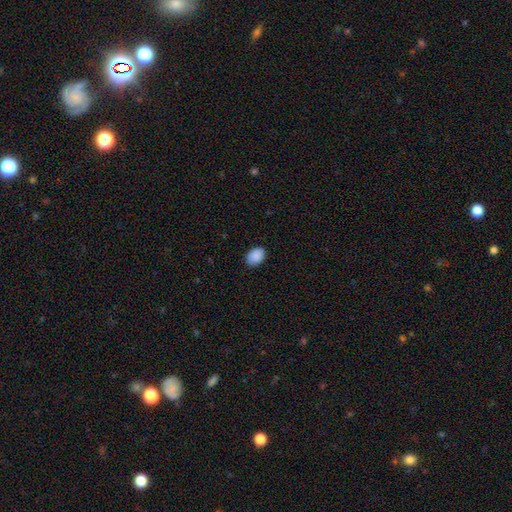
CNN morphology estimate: The model was most divided on "how rounded": in between: 77%, round: 22%, cigar-shaped: 1%. More confident: smooth or featured — smooth (90%); merging — none (86%).